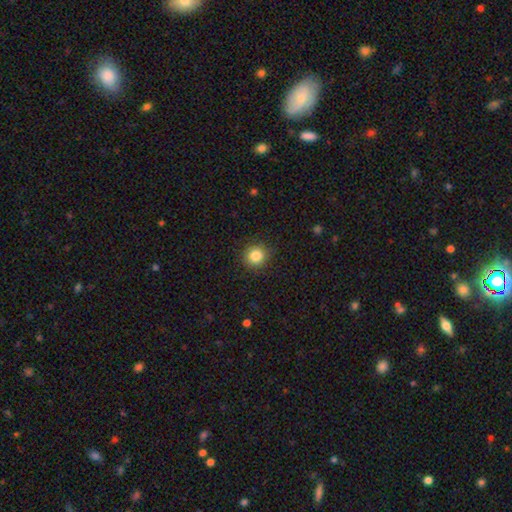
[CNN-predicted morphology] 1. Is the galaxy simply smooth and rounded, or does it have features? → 84% smooth, 10% star or artifact, 5% featured or disk.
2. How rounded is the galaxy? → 92% round, 7% in between, 1% cigar-shaped.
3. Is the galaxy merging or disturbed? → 89% none, 8% minor disturbance, 2% major disturbance, 1% merger.